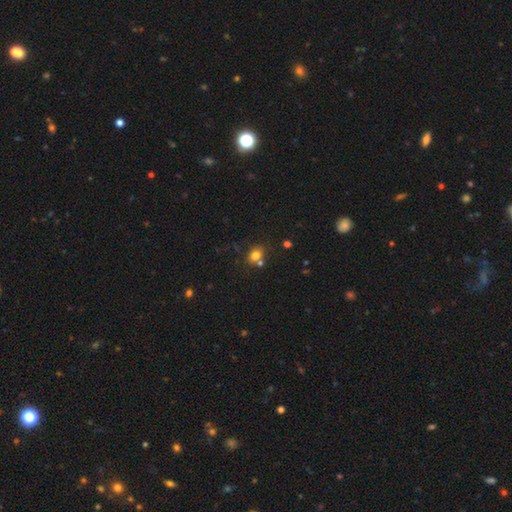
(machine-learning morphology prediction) Smooth or featured? Predicted: smooth (p=0.76). How rounded? Predicted: round (p=0.58). Merging? Predicted: none (p=0.59).